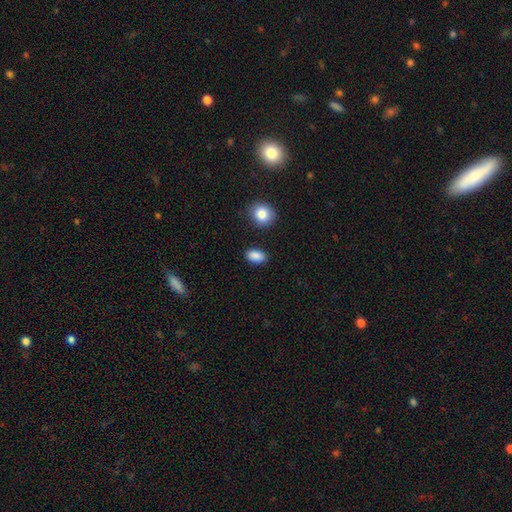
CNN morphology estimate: This is clearly a smooth galaxy (89%). How rounded: clearly in between (87%). Merging: clearly none (86%).